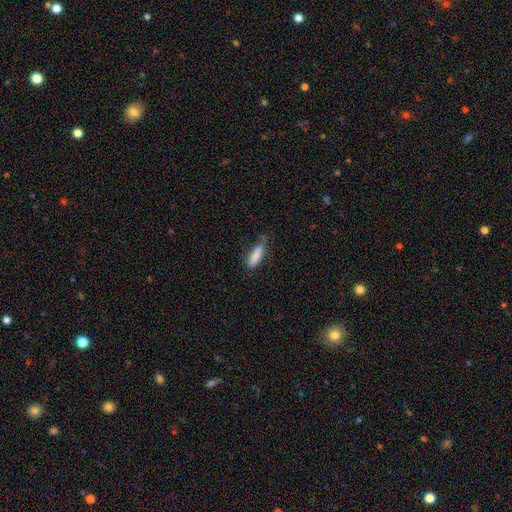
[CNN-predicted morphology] This appears to be a smooth galaxy with no disk features (84%) that is cigar-shaped (58%). Merging: none (65%).